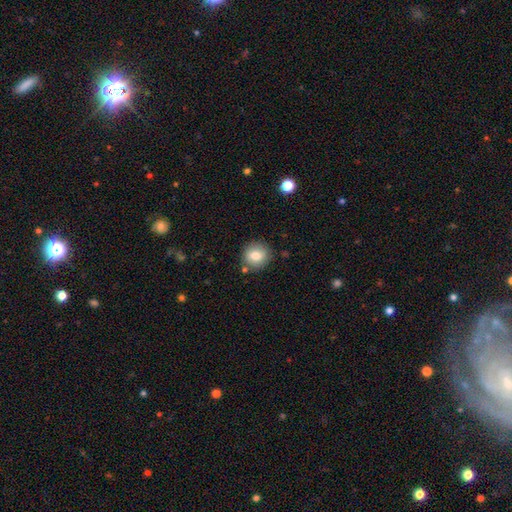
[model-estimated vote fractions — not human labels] This appears to be a smooth galaxy with no disk features (80%) that is round (87%). Merging: none (84%).